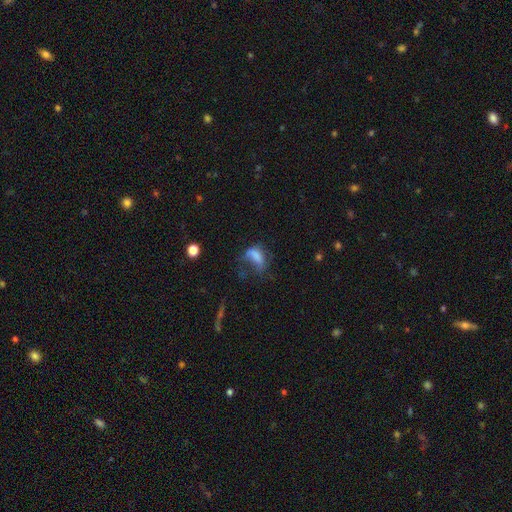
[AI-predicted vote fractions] Smooth or featured? Predicted: smooth (p=0.65). How rounded? Predicted: in between (p=0.81). Merging? Predicted: major disturbance (p=0.50).